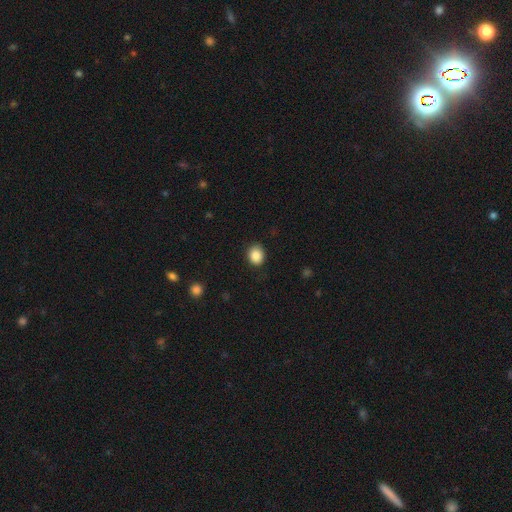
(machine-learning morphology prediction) Q: Smooth or featured?
A: smooth (87%); runner-up: star or artifact (9%)
Q: How rounded?
A: round (62%); runner-up: in between (37%)
Q: Merging?
A: none (87%); runner-up: minor disturbance (9%)